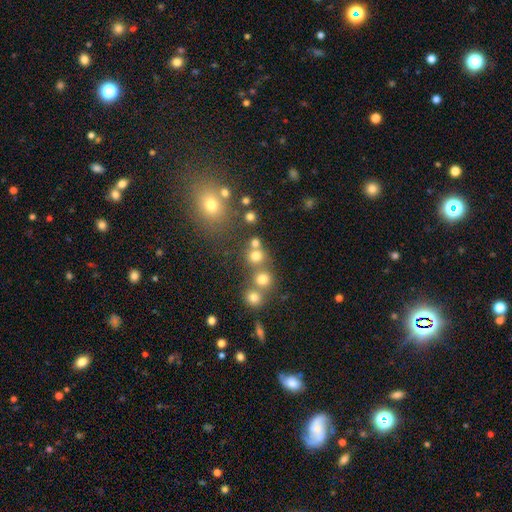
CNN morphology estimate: smooth_or_featured: smooth (p=0.73) [alt: star or artifact p=0.17]
how_rounded: round (p=0.87) [alt: in between p=0.12]
merging: none (p=0.60) [alt: merger p=0.28]